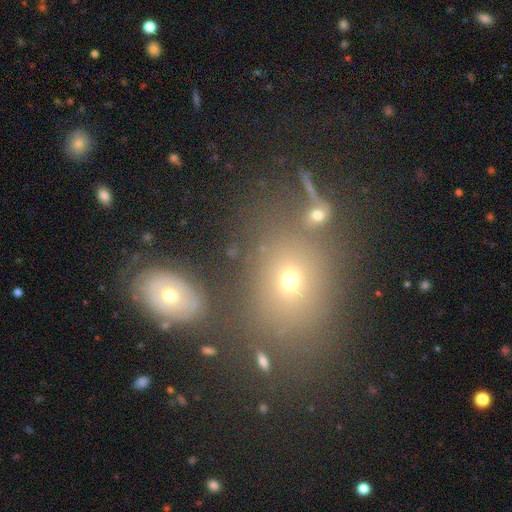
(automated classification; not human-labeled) This is possibly a smooth galaxy (56%). How rounded: possibly in between (58%). Merging: likely none (68%).